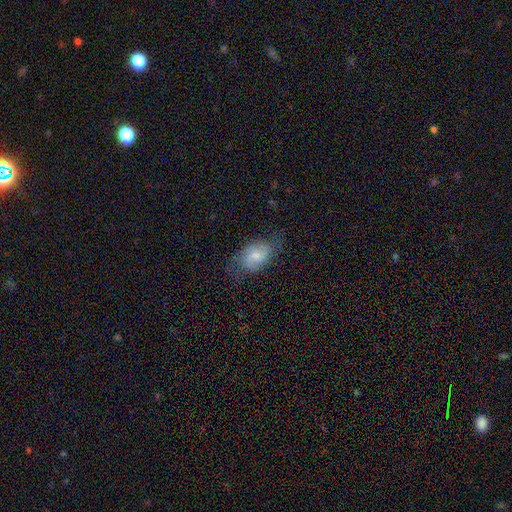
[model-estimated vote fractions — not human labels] This is possibly a smooth galaxy (49%). Merging: likely none (62%).